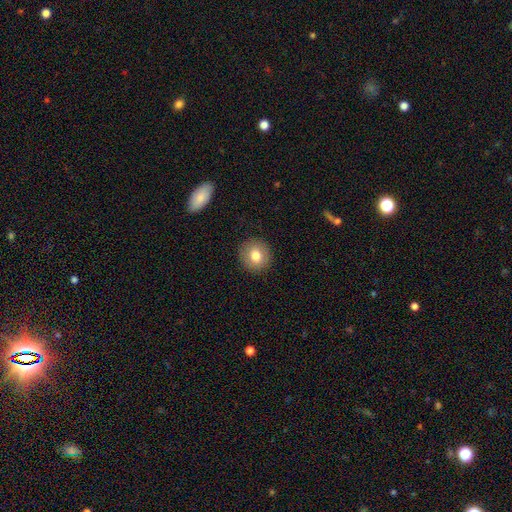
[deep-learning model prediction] Smooth or featured? Predicted: smooth (p=0.78). How rounded? Predicted: round (p=0.89). Merging? Predicted: none (p=0.90).